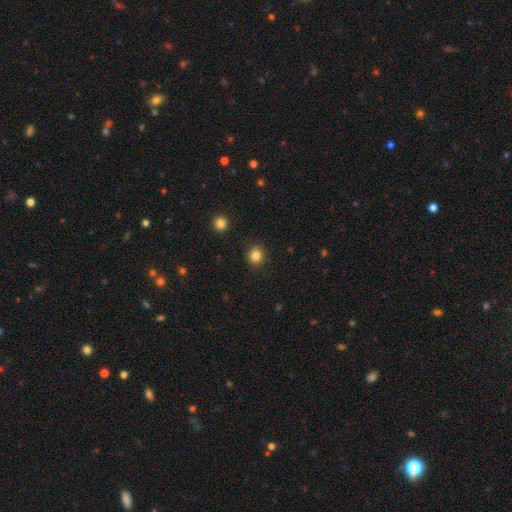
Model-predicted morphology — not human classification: Smooth or featured? smooth (84%)
How rounded? round (84%)
Merging? none (91%)